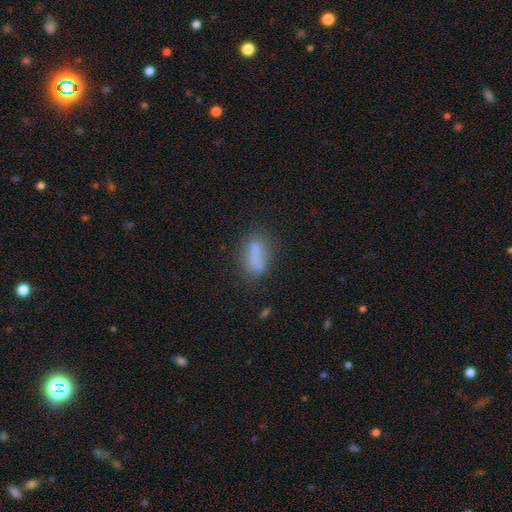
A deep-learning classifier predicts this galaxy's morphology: A smooth galaxy with no disk features (73%) that is in between round and cigar-shaped (66%).

Vote fractions:
- Smooth or featured? smooth: 73% / featured or disk: 16% / star or artifact: 11%
- How rounded? in between: 66% / cigar-shaped: 26% / round: 7%
- Merging? none: 64% / minor disturbance: 19% / merger: 9% / major disturbance: 8%